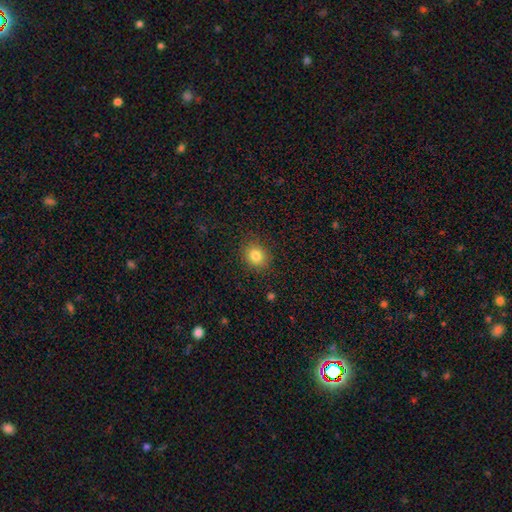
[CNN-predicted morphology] This appears to be a smooth galaxy with no disk features (82%) that is round (71%). Merging: none (87%).